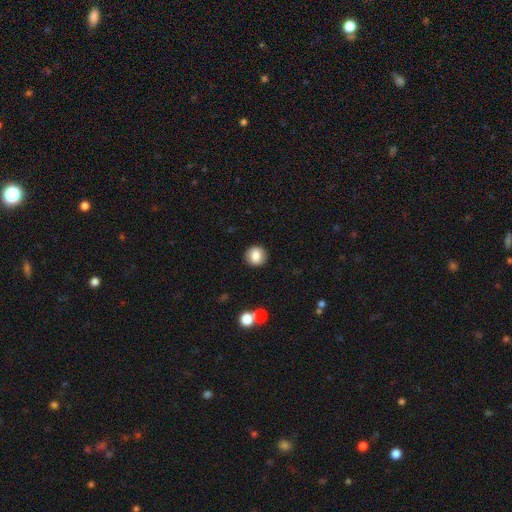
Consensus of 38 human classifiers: Q: Smooth or featured?
A: smooth (92%); runner-up: star or artifact (8%)
Q: How rounded?
A: round (86%); runner-up: in between (14%)
Q: Merging?
A: none (80%); runner-up: minor disturbance (9%)